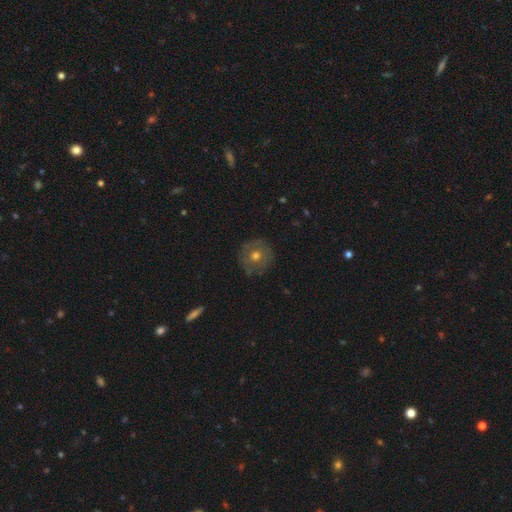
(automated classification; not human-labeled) Smooth or featured? smooth (53%)
How rounded? round (93%)
Merging? none (83%)